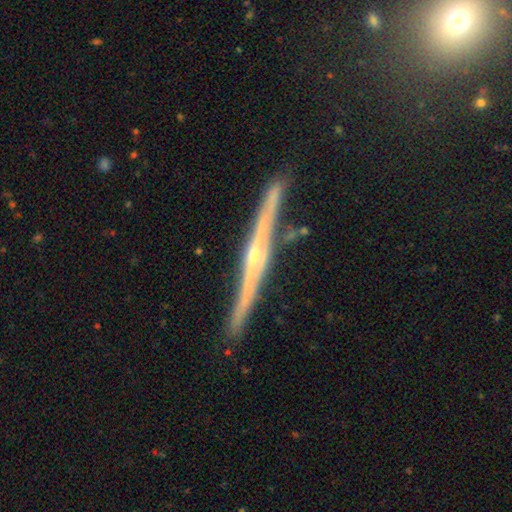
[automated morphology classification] Smooth or featured: featured or disk — 86% (smooth — 8%)
Edge-on disk: yes — 98% (no — 2%)
Edge-on bulge: rounded — 80% (none — 14%)
Merging: none — 85% (minor disturbance — 10%)